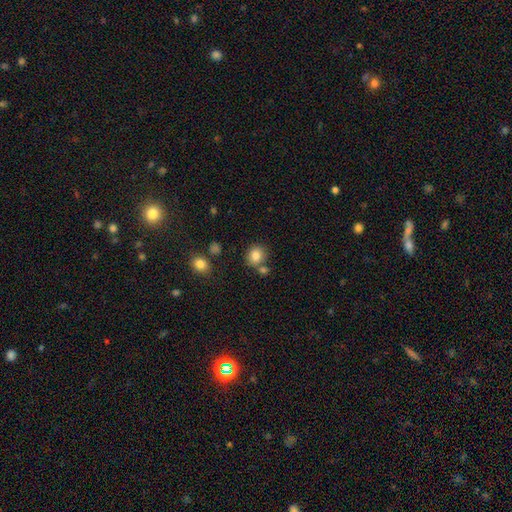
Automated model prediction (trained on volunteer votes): Smooth or featured?
  - smooth: 83% *
  - star or artifact: 10%
  - featured or disk: 7%
How rounded?
  - round: 75% *
  - in between: 24%
  - cigar-shaped: 1%
Merging?
  - none: 72% *
  - merger: 14%
  - minor disturbance: 11%
  - major disturbance: 3%